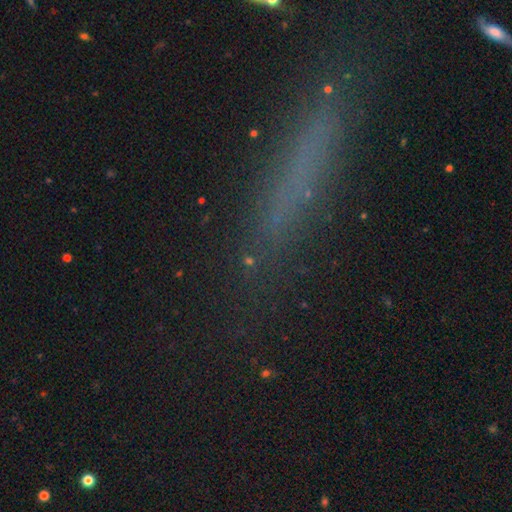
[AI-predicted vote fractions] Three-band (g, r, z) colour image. It shows a smooth galaxy with no disk features (47%). Merging: none (80%).